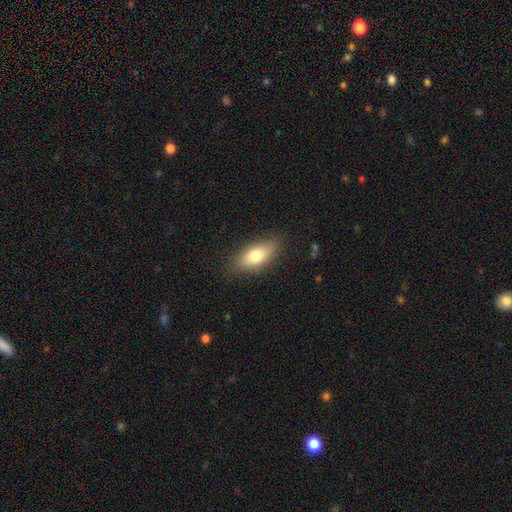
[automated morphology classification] Q: Smooth or featured?
A: smooth (74%); runner-up: featured or disk (19%)
Q: How rounded?
A: in between (82%); runner-up: cigar-shaped (12%)
Q: Merging?
A: none (82%); runner-up: minor disturbance (14%)